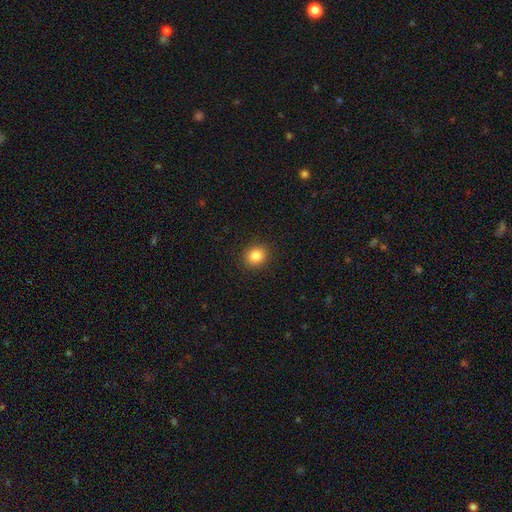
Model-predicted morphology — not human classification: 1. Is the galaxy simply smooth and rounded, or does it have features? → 84% smooth, 10% star or artifact, 5% featured or disk.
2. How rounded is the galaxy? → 79% round, 20% in between, 1% cigar-shaped.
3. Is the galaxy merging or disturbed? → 91% none, 6% minor disturbance, 2% major disturbance, 1% merger.